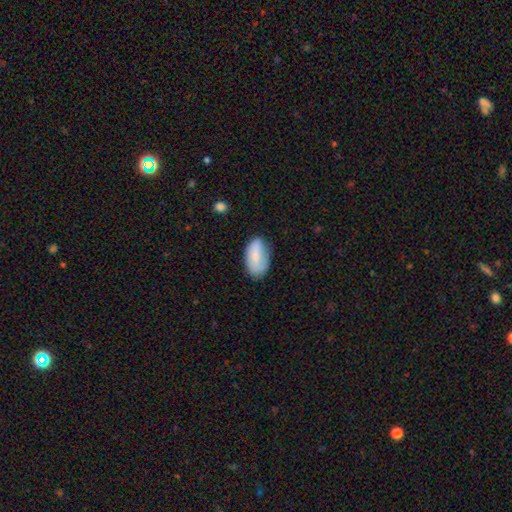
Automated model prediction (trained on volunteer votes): This is likely a smooth galaxy (79%). How rounded: clearly in between (94%). Merging: likely none (68%).